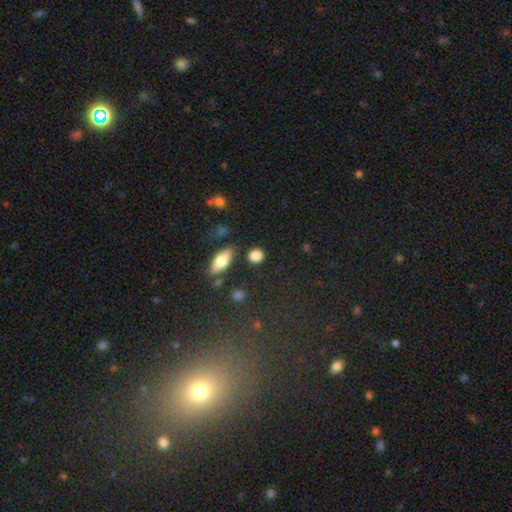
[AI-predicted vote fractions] A smooth galaxy with no disk features (85%) that is round (67%). Merging: none (83%).